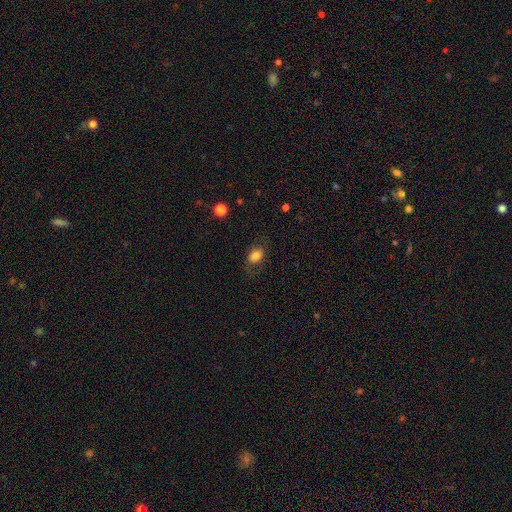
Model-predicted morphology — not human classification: Smooth or featured?
  - smooth: 77% *
  - featured or disk: 13%
  - star or artifact: 10%
How rounded?
  - in between: 80% *
  - round: 18%
  - cigar-shaped: 2%
Merging?
  - none: 69% *
  - minor disturbance: 18%
  - major disturbance: 11%
  - merger: 1%